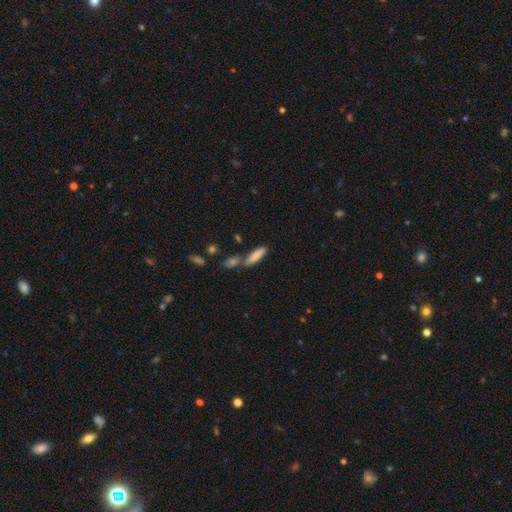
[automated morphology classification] smooth-or-featured: smooth: 81% | featured or disk: 12% | star or artifact: 8%
  how-rounded: cigar-shaped: 68% | in between: 30% | round: 2%
  merging: none: 58% | merger: 26% | minor disturbance: 13% | major disturbance: 4%